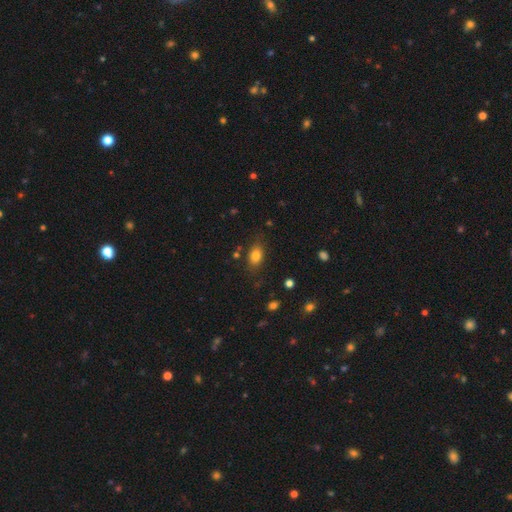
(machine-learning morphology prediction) smooth_or_featured: smooth (p=0.81) [alt: star or artifact p=0.10]
how_rounded: in between (p=0.82) [alt: round p=0.15]
merging: none (p=0.78) [alt: minor disturbance p=0.14]